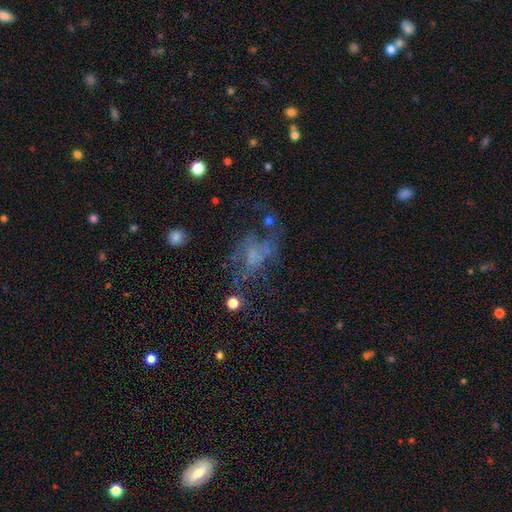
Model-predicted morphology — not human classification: The model was most divided on "merging": none: 39%, major disturbance: 38%, minor disturbance: 18%, merger: 5%. More confident: edge-on disk — no (96%); bar — no (74%); smooth or featured — featured or disk (56%); spiral arms — yes (52%); bulge size — none (51%).